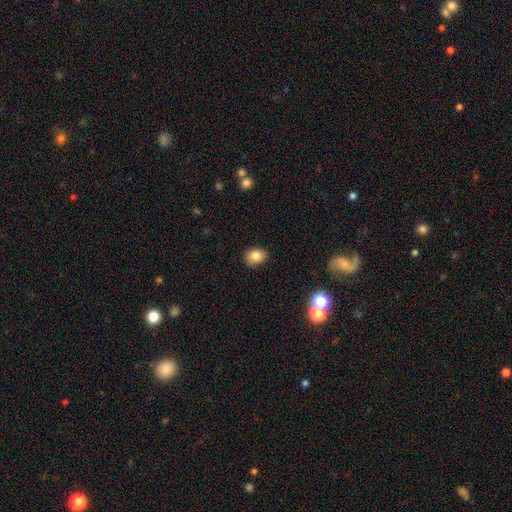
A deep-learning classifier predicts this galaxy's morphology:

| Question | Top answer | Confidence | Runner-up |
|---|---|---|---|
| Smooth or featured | smooth | 82% | star or artifact (11%) |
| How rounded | in between | 50% | round (49%) |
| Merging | none | 87% | minor disturbance (9%) |